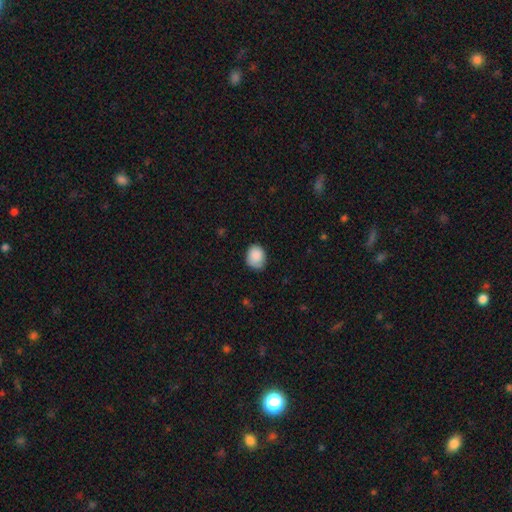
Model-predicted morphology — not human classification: Smooth or featured?
  - smooth: 88% *
  - star or artifact: 7%
  - featured or disk: 5%
How rounded?
  - round: 52% *
  - in between: 47%
  - cigar-shaped: 1%
Merging?
  - none: 72% *
  - minor disturbance: 23%
  - major disturbance: 4%
  - merger: 1%